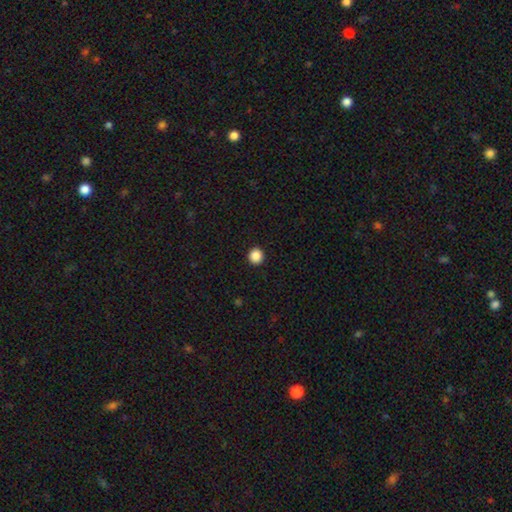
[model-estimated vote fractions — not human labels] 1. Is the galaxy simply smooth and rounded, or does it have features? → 88% smooth, 10% star or artifact, 2% featured or disk.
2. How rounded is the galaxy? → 94% round, 5% in between, 1% cigar-shaped.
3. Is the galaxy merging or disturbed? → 94% none, 4% minor disturbance, 1% major disturbance, 1% merger.